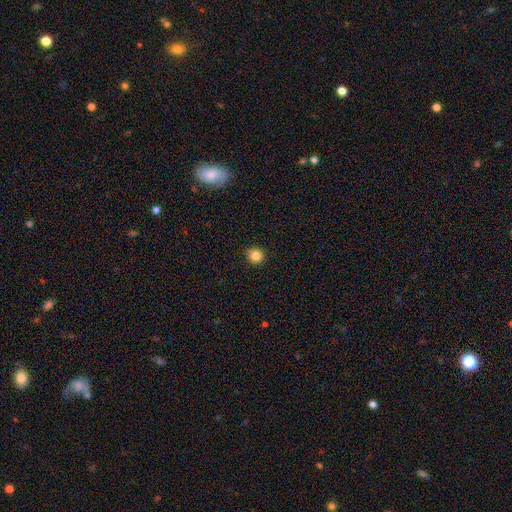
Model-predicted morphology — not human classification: smooth_or_featured: smooth (p=0.84) [alt: star or artifact p=0.11]
how_rounded: round (p=0.91) [alt: in between p=0.09]
merging: none (p=0.92) [alt: minor disturbance p=0.06]